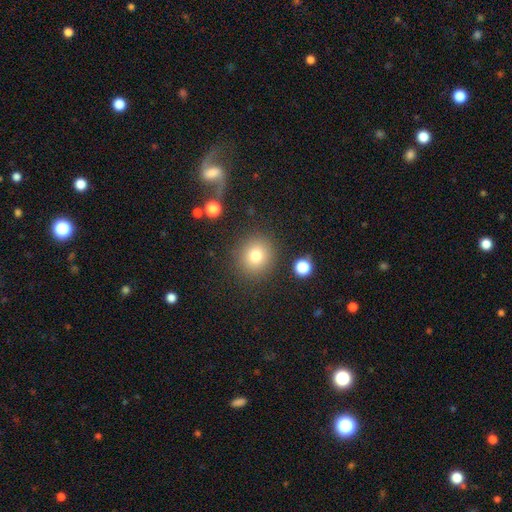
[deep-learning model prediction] A smooth galaxy with no disk features (77%) that is round (88%). Merging: none (86%).